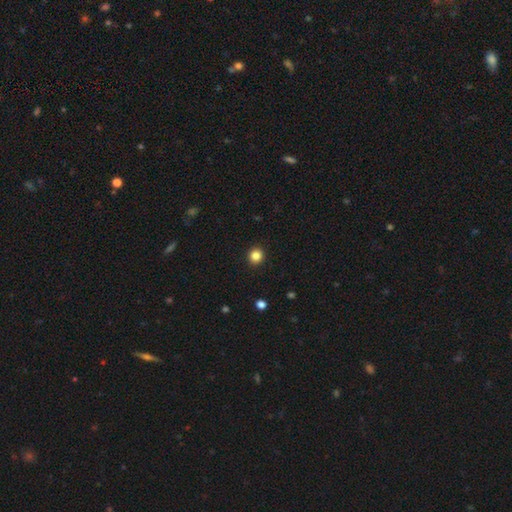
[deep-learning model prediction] smooth_or_featured: smooth (p=0.85) [alt: star or artifact p=0.11]
how_rounded: round (p=0.92) [alt: in between p=0.07]
merging: none (p=0.93) [alt: minor disturbance p=0.04]